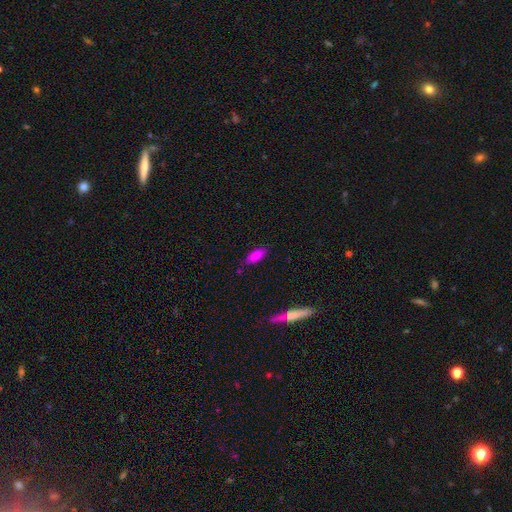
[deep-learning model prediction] Morphology: type=smooth (86%); roundness=in between (79%); merging=none (80%).